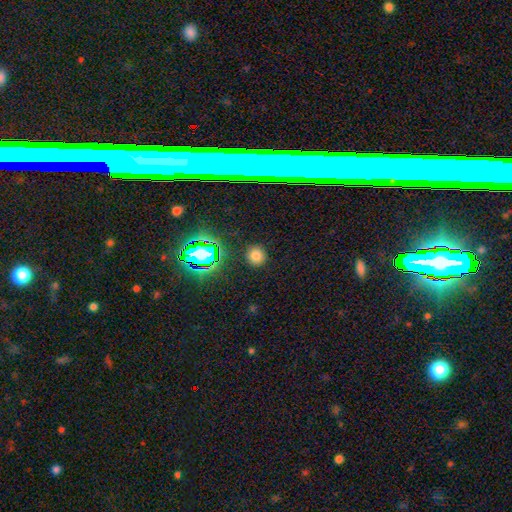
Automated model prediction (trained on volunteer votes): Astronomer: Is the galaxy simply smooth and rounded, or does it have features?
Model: smooth — 73%.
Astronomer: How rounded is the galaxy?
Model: round — 92%.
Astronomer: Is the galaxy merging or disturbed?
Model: none — 89%.